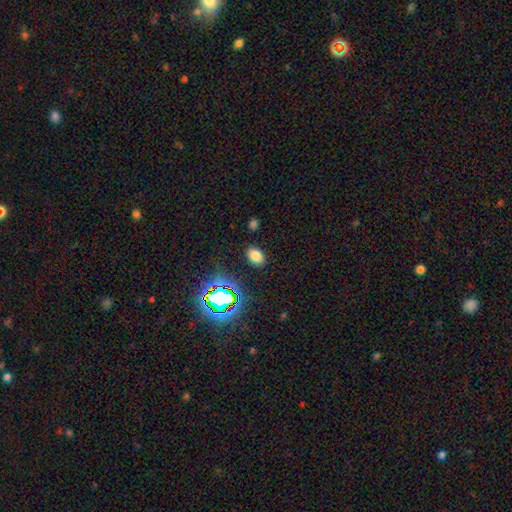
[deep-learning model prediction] This is likely a smooth galaxy (73%). How rounded: clearly in between (83%). Merging: clearly none (87%).